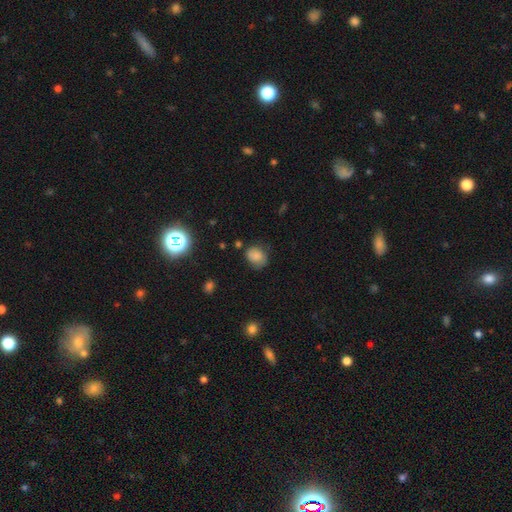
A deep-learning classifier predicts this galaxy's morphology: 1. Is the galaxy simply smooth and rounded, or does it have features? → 77% smooth, 12% star or artifact, 11% featured or disk.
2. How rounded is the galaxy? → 52% in between, 47% round, 1% cigar-shaped.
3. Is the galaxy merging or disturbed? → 63% none, 27% minor disturbance, 8% major disturbance, 2% merger.